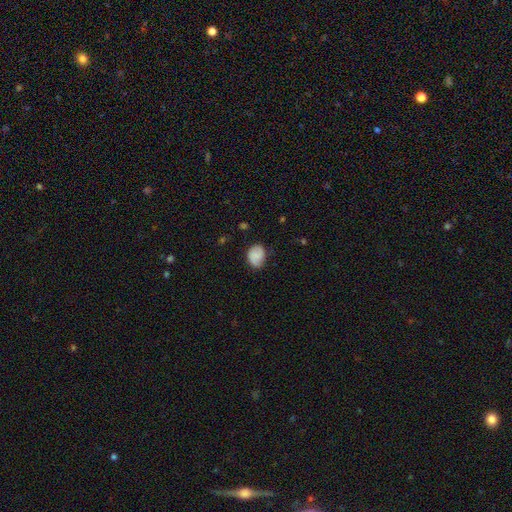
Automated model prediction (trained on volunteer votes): smooth 77%, featured or disk 15%, star or artifact 8%. Down the decision tree: how rounded — in between (58%); merging — none (71%).